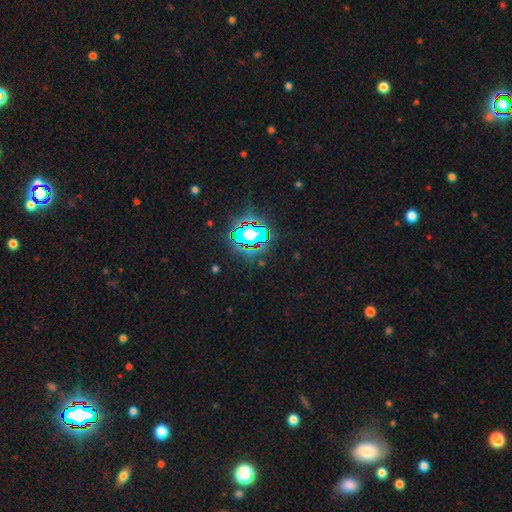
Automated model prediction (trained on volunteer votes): Morphology: type=star or artifact (84%).